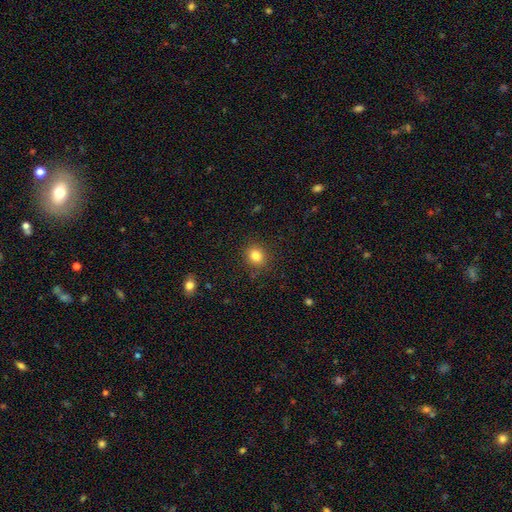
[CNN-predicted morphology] Smooth or featured? smooth (84%)
How rounded? round (70%)
Merging? none (87%)